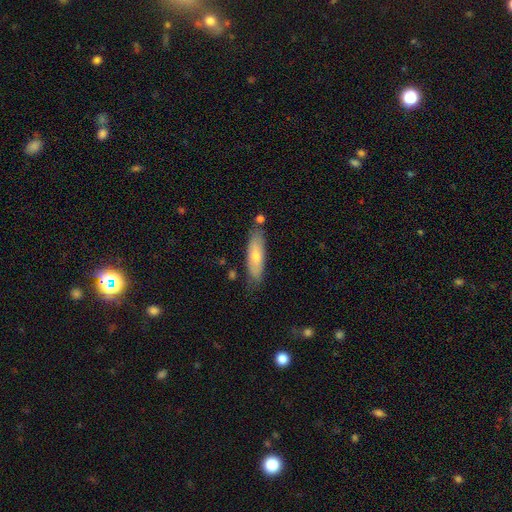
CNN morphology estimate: A smooth galaxy with no disk features (63%) that is cigar-shaped (59%).

Vote fractions:
- Smooth or featured? smooth: 63% / featured or disk: 31% / star or artifact: 6%
- How rounded? cigar-shaped: 59% / in between: 39% / round: 2%
- Merging? none: 75% / minor disturbance: 17% / merger: 4% / major disturbance: 3%